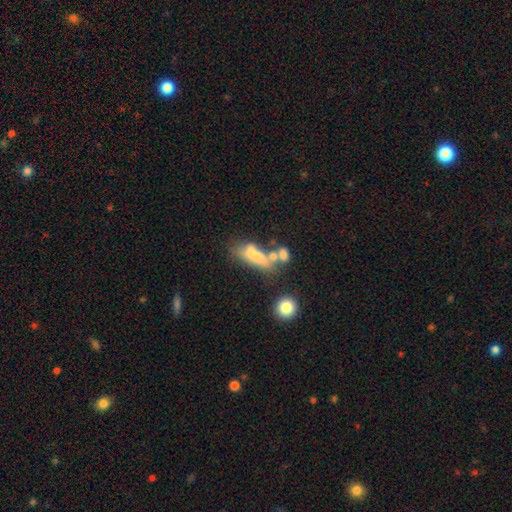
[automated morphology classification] Q: Smooth or featured?
A: smooth (52%); runner-up: featured or disk (36%)
Q: How rounded?
A: in between (60%); runner-up: cigar-shaped (33%)
Q: Merging?
A: merger (47%); runner-up: none (21%)